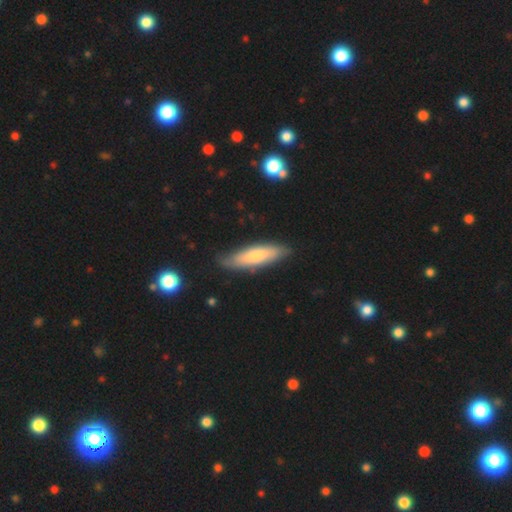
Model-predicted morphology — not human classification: Smooth or featured: smooth — 68% (featured or disk — 27%)
How rounded: cigar-shaped — 63% (in between — 36%)
Merging: none — 79% (minor disturbance — 16%)